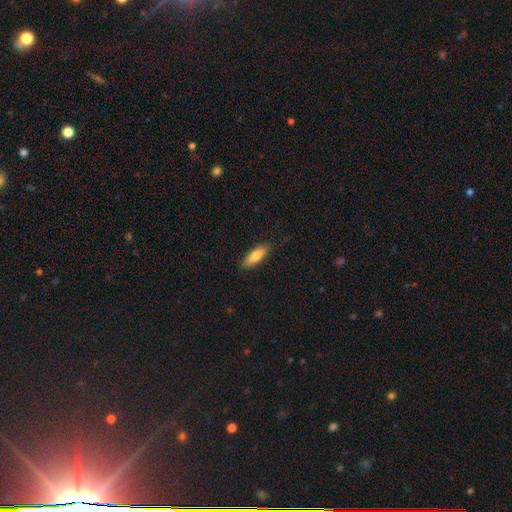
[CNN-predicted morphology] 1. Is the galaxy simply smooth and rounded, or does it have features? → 83% smooth, 11% featured or disk, 6% star or artifact.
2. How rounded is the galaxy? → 53% in between, 46% cigar-shaped, 2% round.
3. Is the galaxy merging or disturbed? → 86% none, 11% minor disturbance, 2% major disturbance, 1% merger.